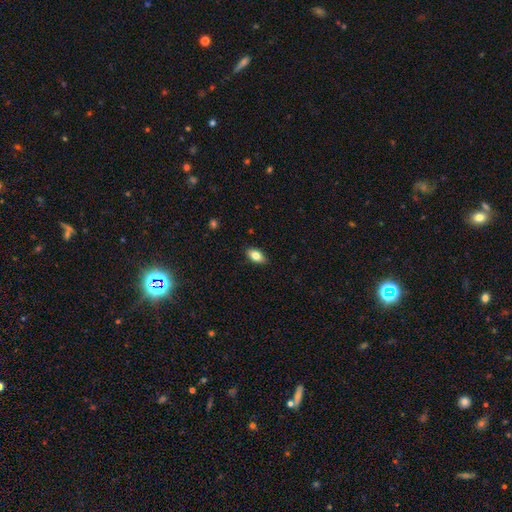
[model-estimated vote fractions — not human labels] The model was most divided on "smooth or featured": smooth: 82%, featured or disk: 11%, star or artifact: 7%. More confident: how rounded — in between (91%); merging — none (88%).